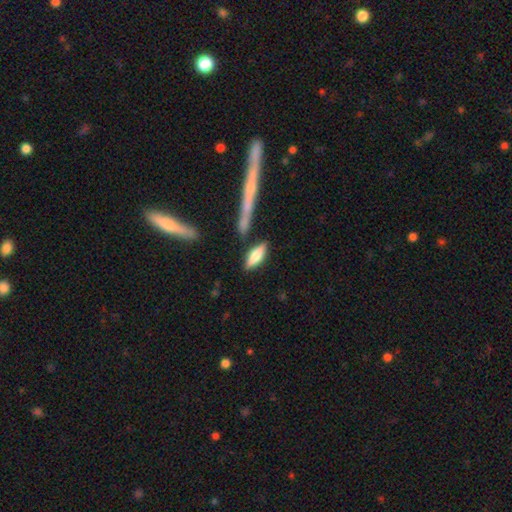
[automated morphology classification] smooth-or-featured: smooth: 67% | featured or disk: 27% | star or artifact: 6%
  how-rounded: in between: 55% | cigar-shaped: 43% | round: 3%
  merging: none: 76% | minor disturbance: 12% | merger: 8% | major disturbance: 3%